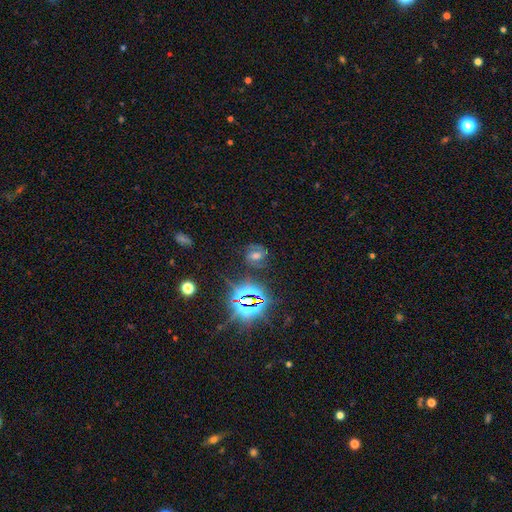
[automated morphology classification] smooth_or_featured: star or artifact (p=0.43) [alt: featured or disk p=0.38]